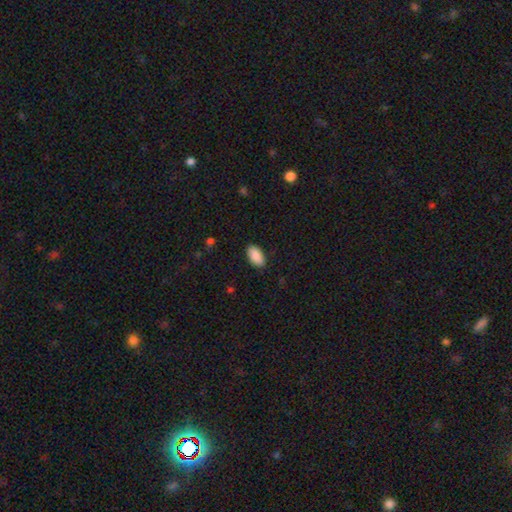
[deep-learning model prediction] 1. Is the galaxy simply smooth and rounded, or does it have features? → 90% smooth, 6% star or artifact, 3% featured or disk.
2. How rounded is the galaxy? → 95% in between, 3% round, 2% cigar-shaped.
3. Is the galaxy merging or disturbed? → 88% none, 9% minor disturbance, 2% major disturbance, 1% merger.